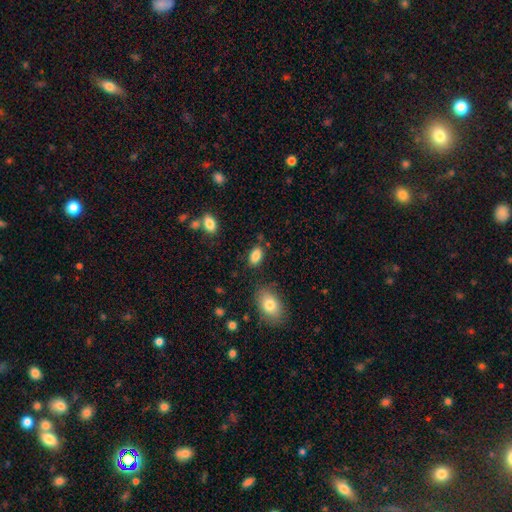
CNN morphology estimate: A smooth galaxy with no disk features (86%) that is in between round and cigar-shaped (91%).

Vote fractions:
- Smooth or featured? smooth: 86% / star or artifact: 8% / featured or disk: 5%
- How rounded? in between: 91% / round: 7% / cigar-shaped: 2%
- Merging? none: 81% / minor disturbance: 12% / merger: 3% / major disturbance: 3%